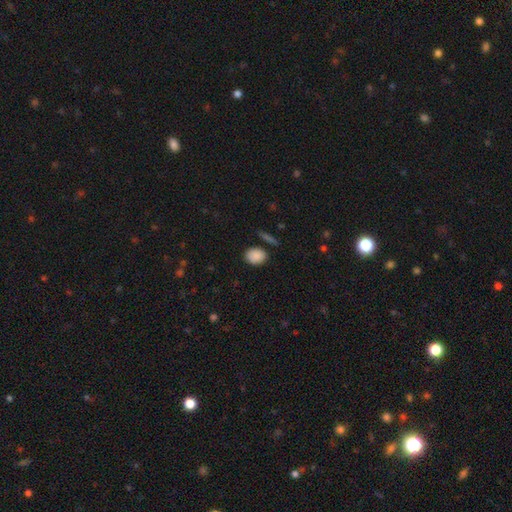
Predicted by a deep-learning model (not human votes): Morphology: type=smooth (88%); roundness=in between (58%); merging=none (78%).